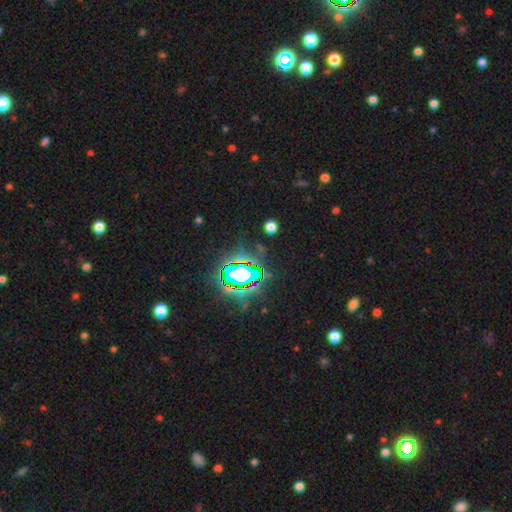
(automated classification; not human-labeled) A star or artifact, not a galaxy (80%).